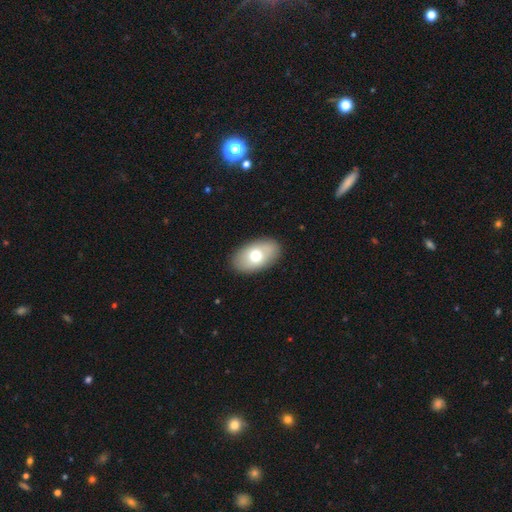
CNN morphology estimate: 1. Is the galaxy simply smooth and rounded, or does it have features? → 70% smooth, 24% featured or disk, 6% star or artifact.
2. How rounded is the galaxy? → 92% in between, 6% round, 1% cigar-shaped.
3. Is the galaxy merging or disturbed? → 88% none, 9% minor disturbance, 2% major disturbance, 1% merger.